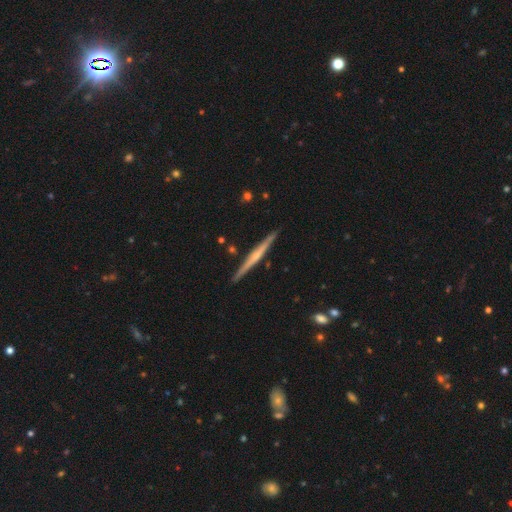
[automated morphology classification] Smooth or featured? Predicted: featured or disk (p=0.70). Edge-on disk? Predicted: yes (p=0.98). Edge-on bulge? Predicted: rounded (p=0.57). Merging? Predicted: none (p=0.90).